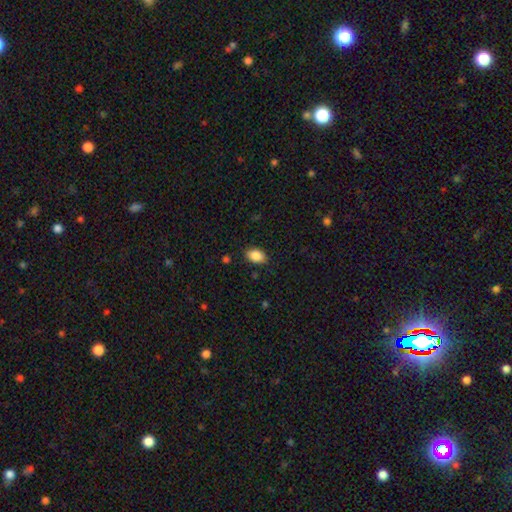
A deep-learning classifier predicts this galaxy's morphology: Overall: smooth (88%). How rounded: in between (88%). Merging: none (85%).